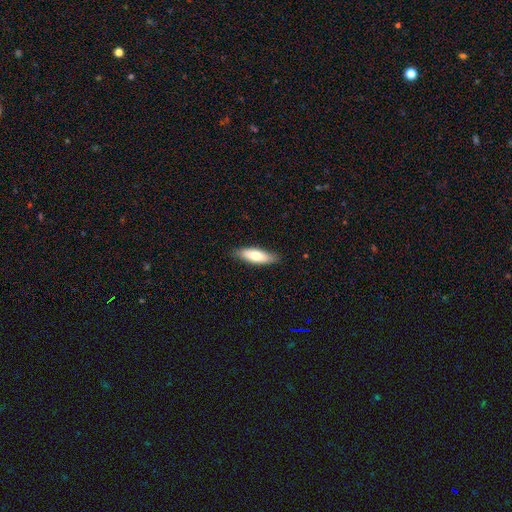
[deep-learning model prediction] Smooth or featured?
  - smooth: 69% *
  - featured or disk: 25%
  - star or artifact: 6%
How rounded?
  - in between: 62% *
  - cigar-shaped: 36%
  - round: 2%
Merging?
  - none: 85% *
  - minor disturbance: 12%
  - major disturbance: 2%
  - merger: 1%